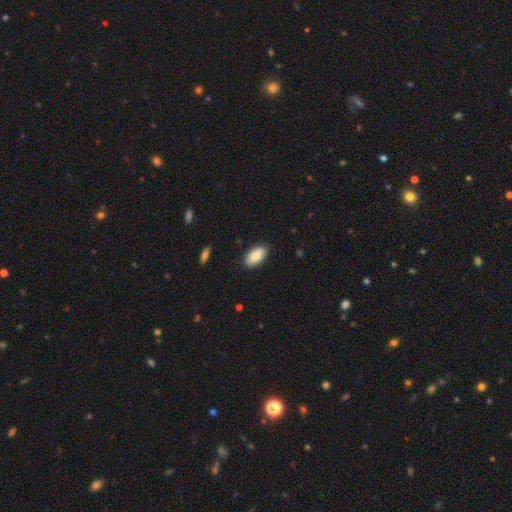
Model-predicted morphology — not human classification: smooth_or_featured: smooth (p=0.85) [alt: featured or disk p=0.09]
how_rounded: in between (p=0.94) [alt: round p=0.03]
merging: none (p=0.88) [alt: minor disturbance p=0.09]